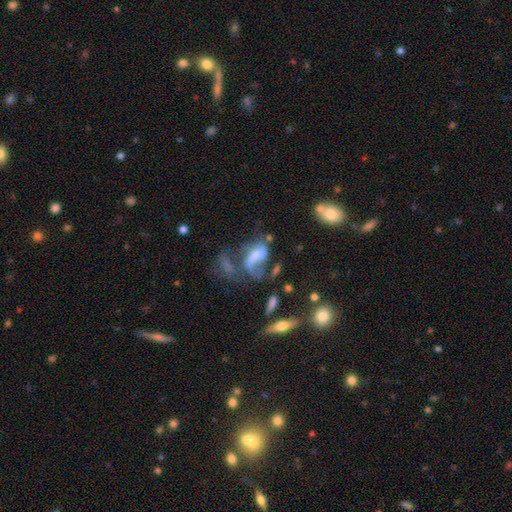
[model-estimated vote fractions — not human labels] Smooth or featured?
  - featured or disk: 50% *
  - smooth: 37%
  - star or artifact: 13%
Merging?
  - major disturbance: 42% *
  - merger: 25%
  - none: 20%
  - minor disturbance: 13%